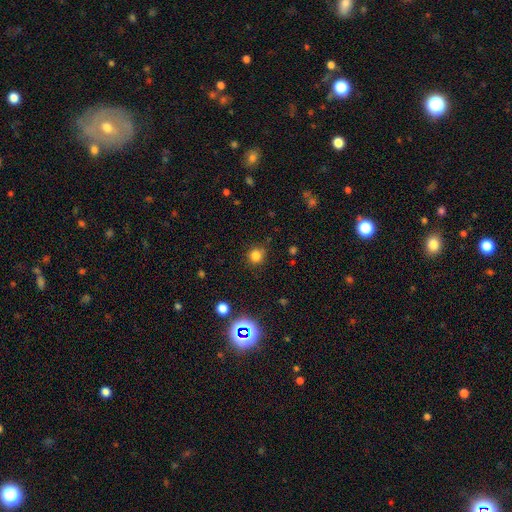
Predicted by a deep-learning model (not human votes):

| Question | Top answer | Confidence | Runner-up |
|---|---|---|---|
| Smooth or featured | smooth | 79% | star or artifact (16%) |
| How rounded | round | 89% | in between (10%) |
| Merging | none | 83% | minor disturbance (11%) |